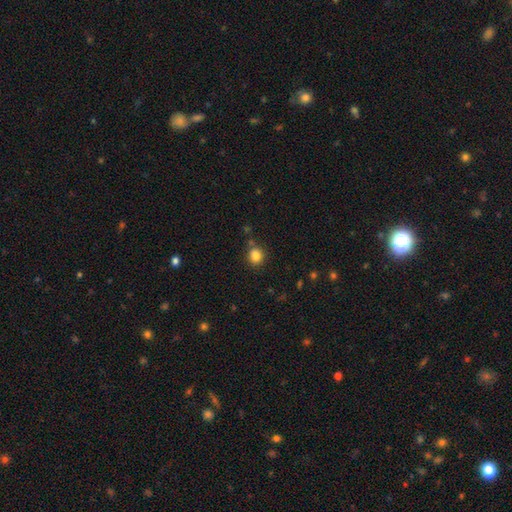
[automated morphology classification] smooth_or_featured: smooth (p=0.83) [alt: star or artifact p=0.12]
how_rounded: round (p=0.85) [alt: in between p=0.14]
merging: none (p=0.78) [alt: minor disturbance p=0.11]